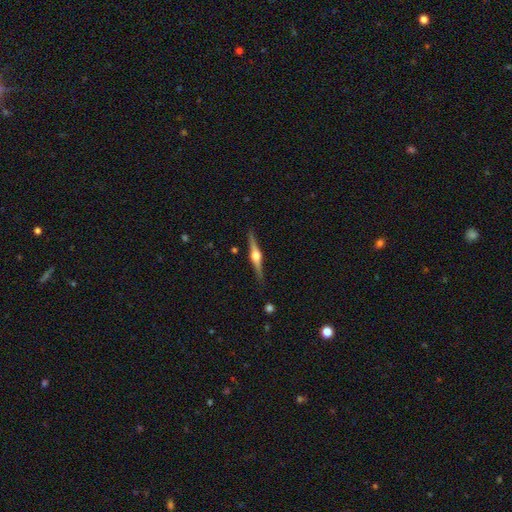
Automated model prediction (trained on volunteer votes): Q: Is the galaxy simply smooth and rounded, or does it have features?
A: featured or disk — 82%.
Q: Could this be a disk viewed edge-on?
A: yes — 98%.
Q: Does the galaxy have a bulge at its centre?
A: rounded — 95%.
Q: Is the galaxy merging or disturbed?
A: none — 89%.